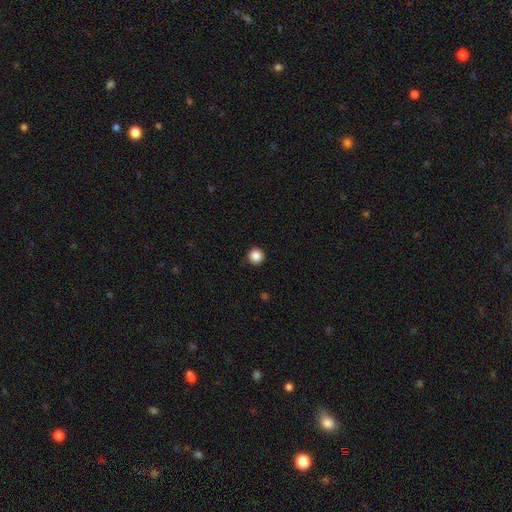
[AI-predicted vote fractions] This appears to be a smooth galaxy with no disk features (87%) that is round (96%). Merging: none (92%).